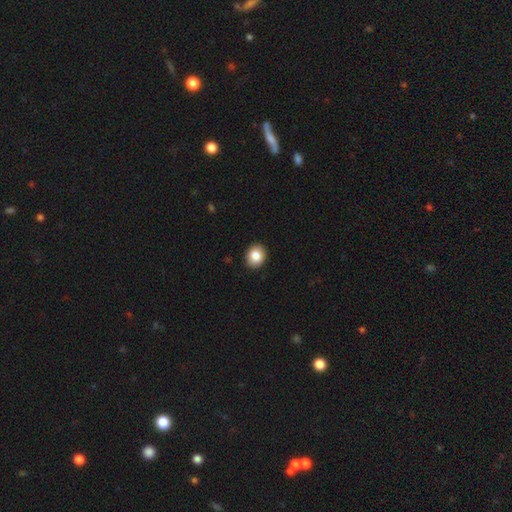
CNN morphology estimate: Q: Smooth or featured?
A: smooth (86%); runner-up: star or artifact (8%)
Q: How rounded?
A: round (59%); runner-up: in between (40%)
Q: Merging?
A: none (91%); runner-up: minor disturbance (7%)